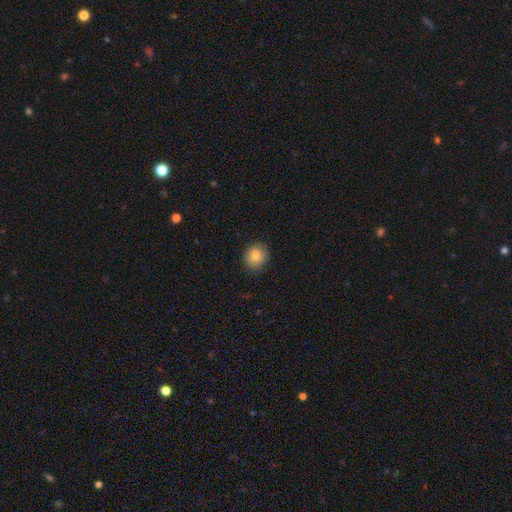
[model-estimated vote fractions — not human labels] Morphology: type=smooth (82%); roundness=round (76%); merging=none (83%).